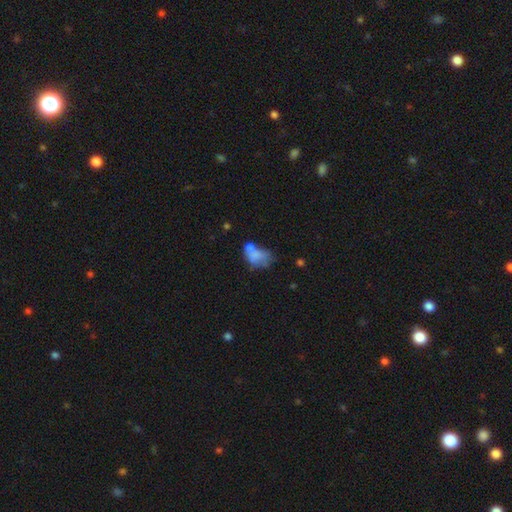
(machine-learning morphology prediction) smooth_or_featured: smooth (p=0.66) [alt: featured or disk p=0.24]
how_rounded: in between (p=0.80) [alt: round p=0.18]
merging: merger (p=0.39) [alt: none p=0.23]